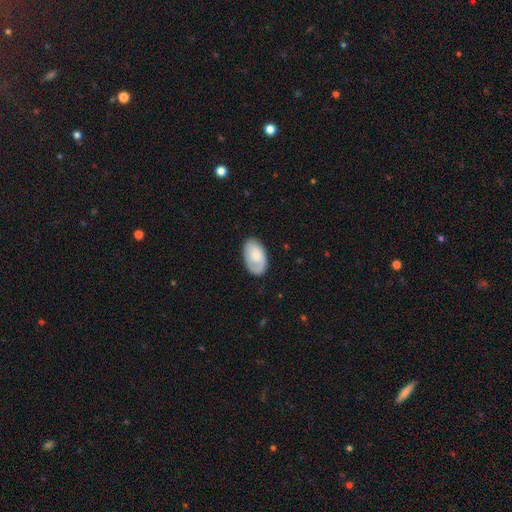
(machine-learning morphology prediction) This is likely a smooth galaxy (66%). How rounded: clearly in between (93%). Merging: likely none (77%).